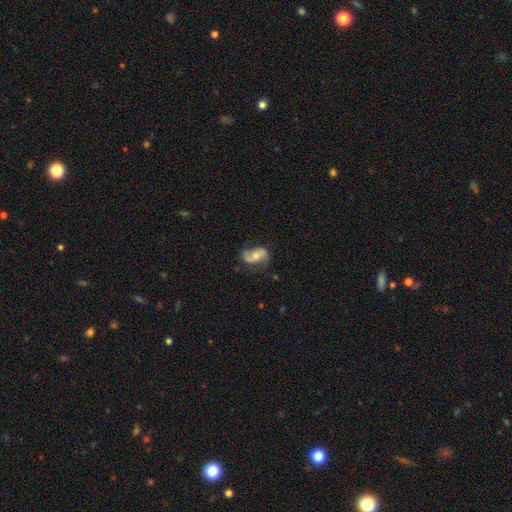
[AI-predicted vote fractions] Smooth or featured?
  - featured or disk: 72% *
  - smooth: 21%
  - star or artifact: 7%
Edge-on disk?
  - no: 96% *
  - yes: 4%
Bar?
  - no: 53% *
  - weak: 32%
  - strong: 15%
Spiral arms?
  - yes: 92% *
  - no: 8%
Spiral winding?
  - loose: 57% *
  - medium: 32%
  - tight: 11%
Spiral arm count?
  - 2: 90% *
  - can't tell: 4%
  - 1: 2%
  - 3: 1%
  - 4: 1%
  - more than 4: 1%
Bulge size?
  - moderate: 59% *
  - small: 32%
  - large: 5%
  - none: 2%
  - dominant: 1%
Merging?
  - none: 71% *
  - minor disturbance: 20%
  - major disturbance: 8%
  - merger: 2%